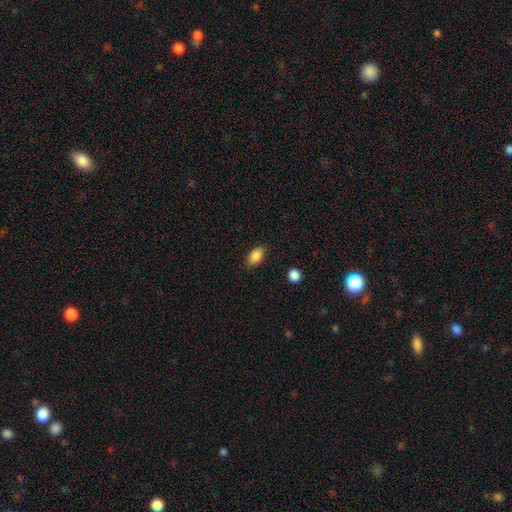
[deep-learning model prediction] Smooth or featured? smooth (87%)
How rounded? in between (90%)
Merging? none (83%)